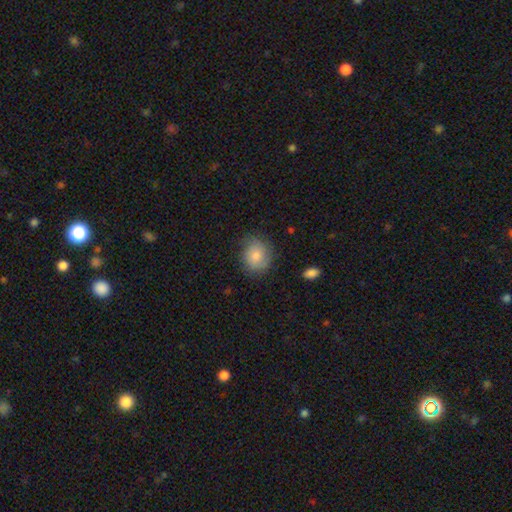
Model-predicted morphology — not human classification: This appears to be a smooth galaxy with no disk features (74%) that is round (62%). Merging: none (74%).